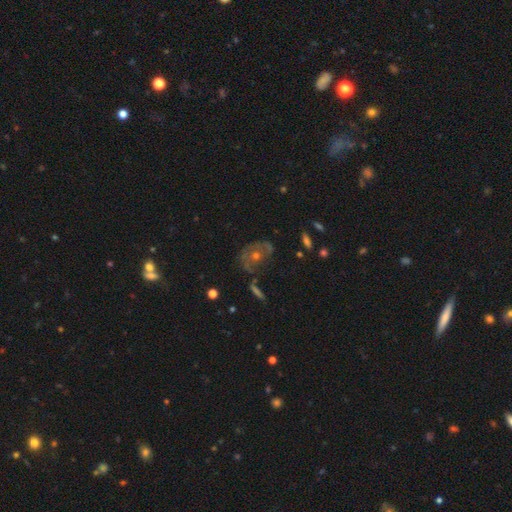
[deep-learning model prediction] A featured or disk galaxy (59%) with no bar (84%), spiral arms (53%) and a moderate central bulge (52%). Merging: none (53%).